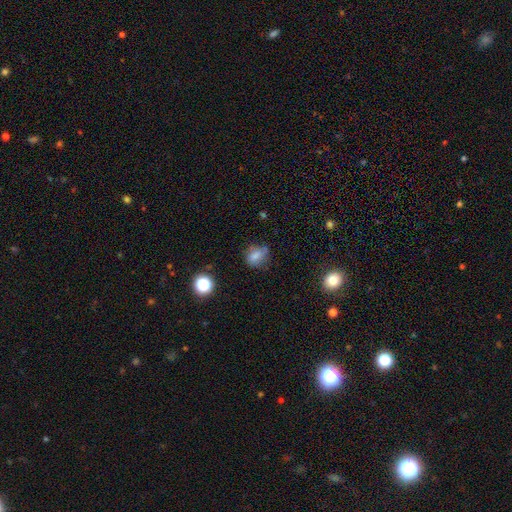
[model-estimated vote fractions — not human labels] Q: Smooth or featured?
A: smooth (74%); runner-up: star or artifact (14%)
Q: How rounded?
A: in between (58%); runner-up: round (39%)
Q: Merging?
A: none (61%); runner-up: minor disturbance (26%)